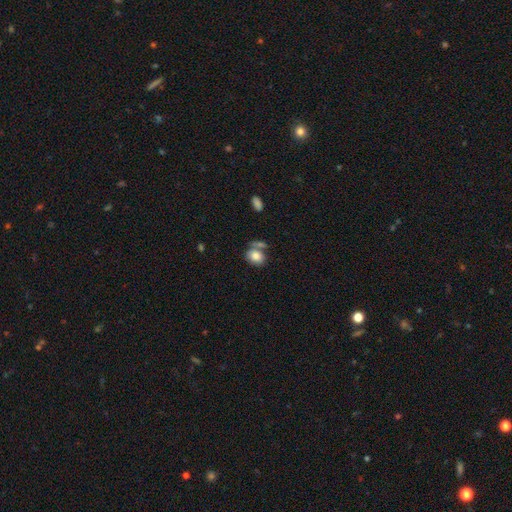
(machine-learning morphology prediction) smooth 82%, featured or disk 10%, star or artifact 8%. Down the decision tree: how rounded — in between (60%); merging — none (51%).